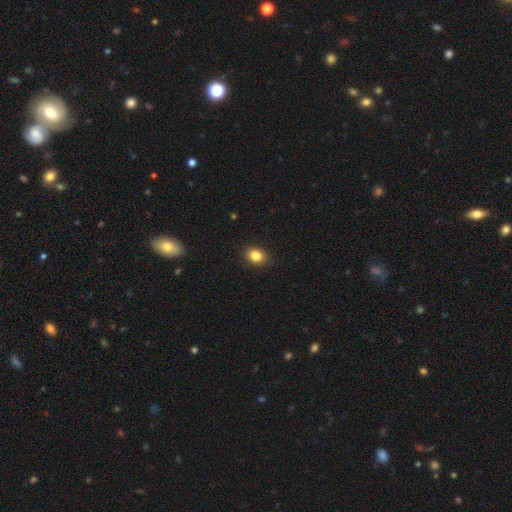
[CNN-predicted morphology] The model was most divided on "how rounded": in between: 50%, round: 49%, cigar-shaped: 1%. More confident: merging — none (87%); smooth or featured — smooth (84%).